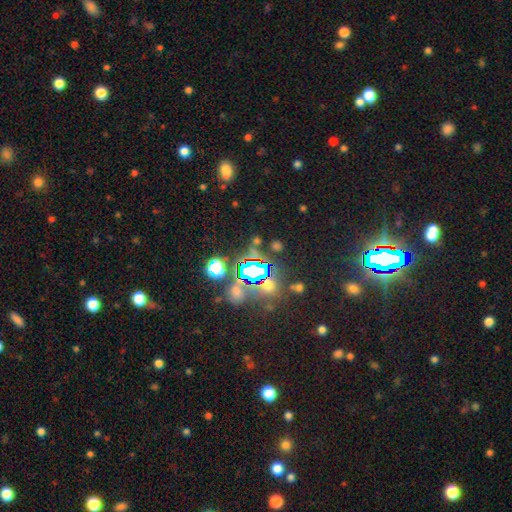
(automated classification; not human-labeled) smooth-or-featured: star or artifact: 78% | smooth: 14% | featured or disk: 8%